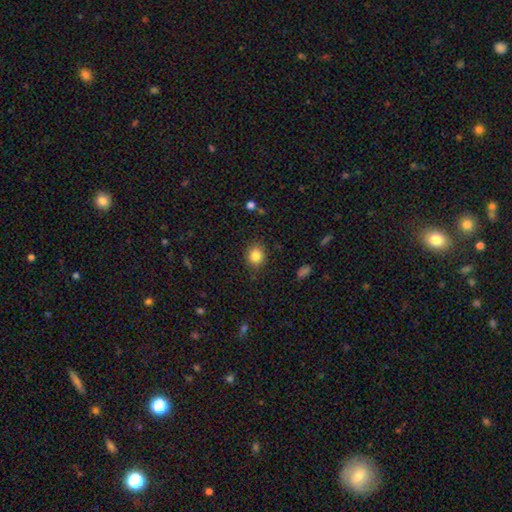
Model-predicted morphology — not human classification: This is clearly a smooth galaxy (83%). How rounded: likely round (73%). Merging: clearly none (86%).